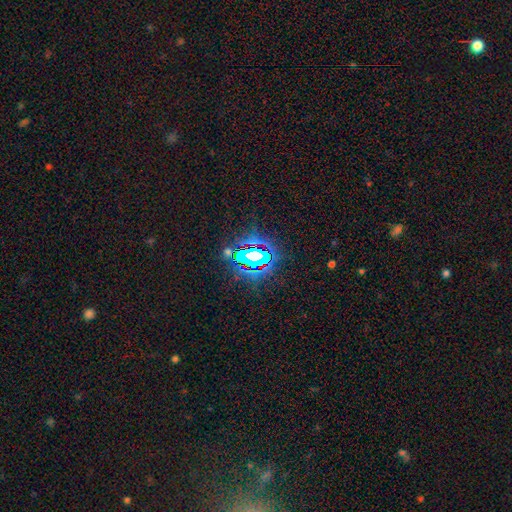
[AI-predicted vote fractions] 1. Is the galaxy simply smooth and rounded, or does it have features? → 71% star or artifact, 16% smooth, 12% featured or disk.